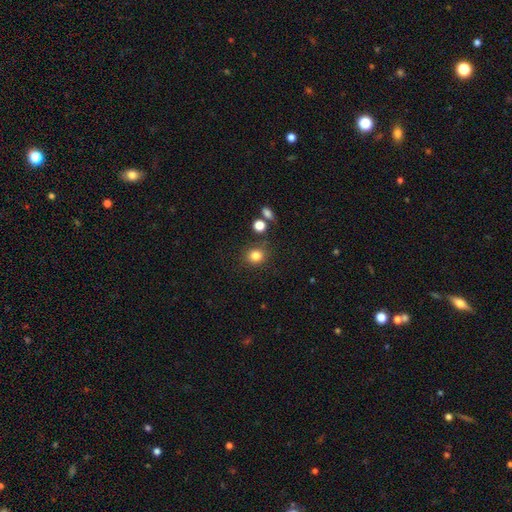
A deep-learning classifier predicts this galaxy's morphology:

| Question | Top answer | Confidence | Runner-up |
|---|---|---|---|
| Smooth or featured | smooth | 82% | star or artifact (12%) |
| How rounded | round | 78% | in between (21%) |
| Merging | none | 80% | minor disturbance (11%) |